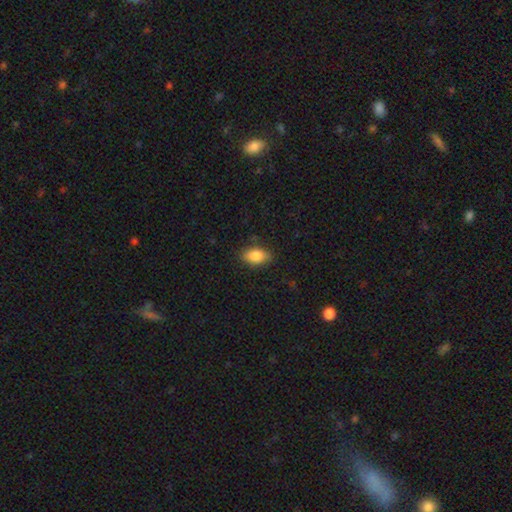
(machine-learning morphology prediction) smooth 85%, star or artifact 8%, featured or disk 8%. Down the decision tree: how rounded — in between (89%); merging — none (81%).